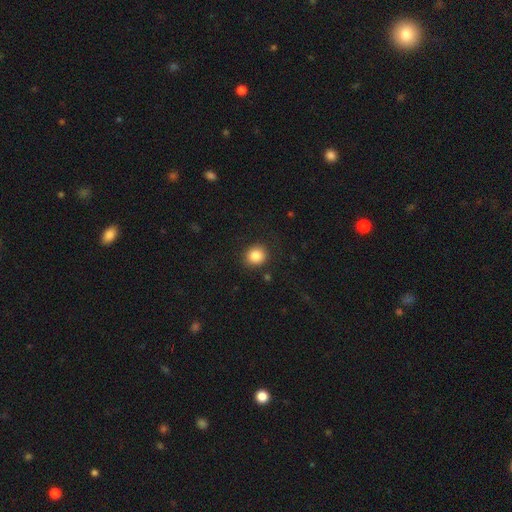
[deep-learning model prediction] smooth-or-featured: smooth: 85% | star or artifact: 10% | featured or disk: 5%
  how-rounded: round: 83% | in between: 16% | cigar-shaped: 1%
  merging: none: 89% | minor disturbance: 7% | major disturbance: 3% | merger: 1%